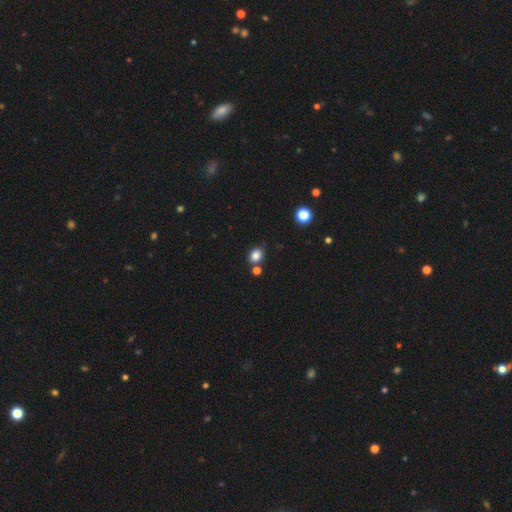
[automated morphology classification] type=smooth (83%); roundness=round (51%); merging=none (73%).